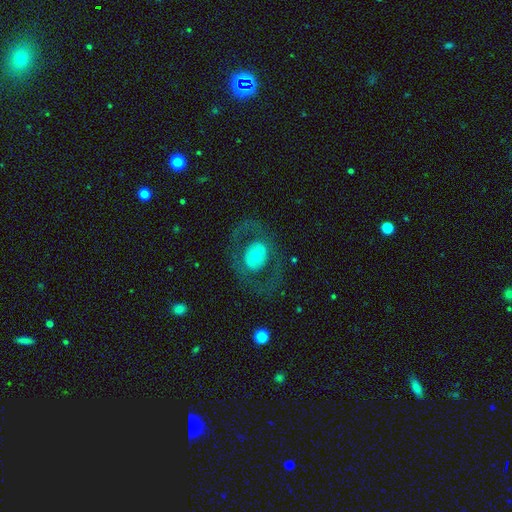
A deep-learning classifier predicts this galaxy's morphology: This is possibly a featured or disk galaxy (56%). It is clearly not viewed edge-on (94%). Bar: clearly no (82%). Spiral arm pattern: clearly no (82%). Central bulge: likely moderate (67%). Merging: likely none (74%).